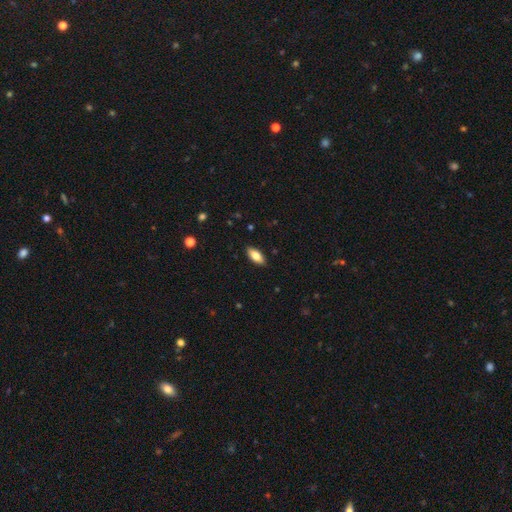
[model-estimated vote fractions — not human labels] Smooth or featured?
  - smooth: 80% *
  - featured or disk: 13%
  - star or artifact: 6%
How rounded?
  - in between: 86% *
  - cigar-shaped: 12%
  - round: 2%
Merging?
  - none: 89% *
  - minor disturbance: 9%
  - major disturbance: 2%
  - merger: 1%